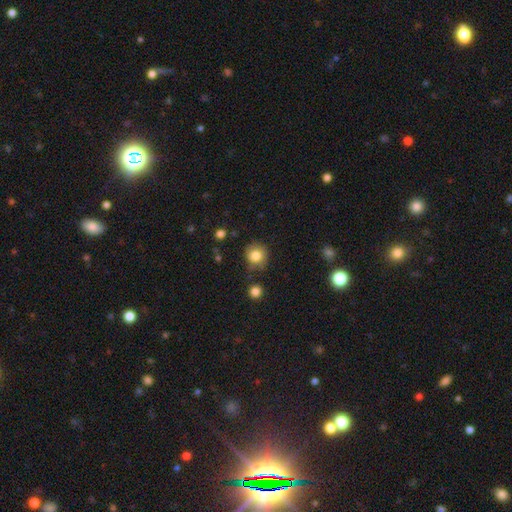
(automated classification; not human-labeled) Q: Smooth or featured?
A: smooth (82%); runner-up: star or artifact (10%)
Q: How rounded?
A: round (87%); runner-up: in between (12%)
Q: Merging?
A: none (75%); runner-up: minor disturbance (17%)